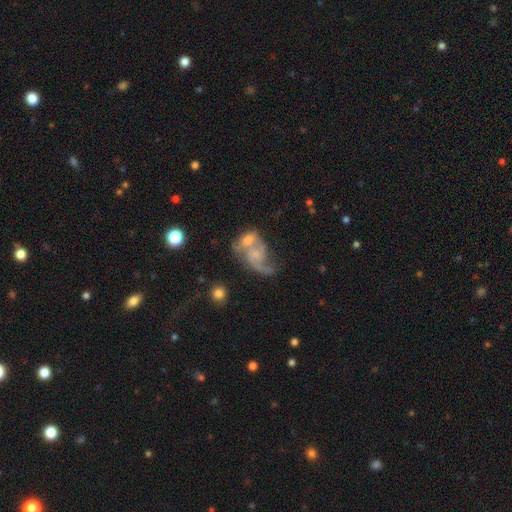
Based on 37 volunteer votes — Smooth or featured? featured or disk (70%)
Edge-on disk? no (100%)
Bar? no (65%)
Spiral arms? yes (85%)
Spiral winding? loose (59%)
Spiral arm count? 2 (77%)
Bulge size? small (50%)
Merging? merger (71%)